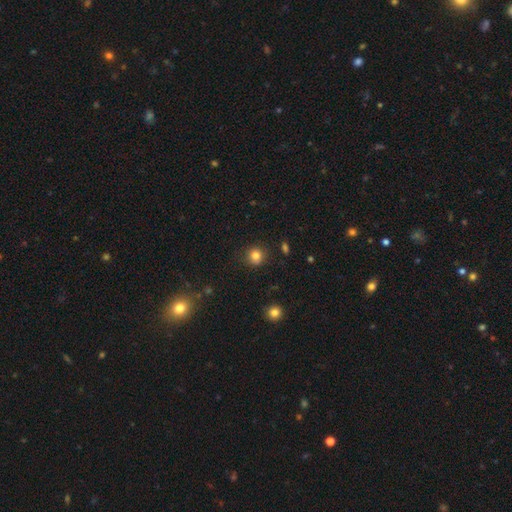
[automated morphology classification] Smooth or featured: smooth — 83% (star or artifact — 12%)
How rounded: round — 90% (in between — 9%)
Merging: none — 86% (minor disturbance — 10%)